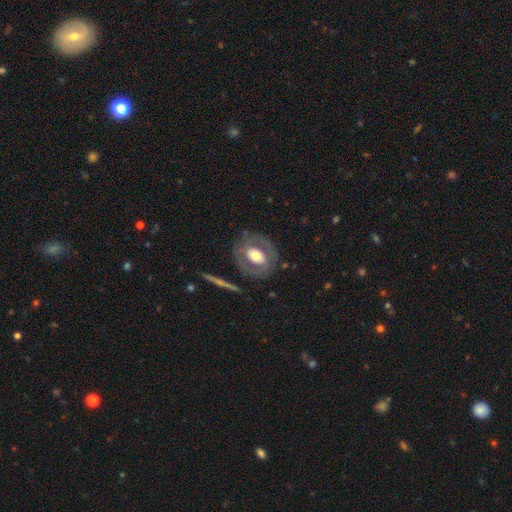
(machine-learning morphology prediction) This is possibly a featured or disk galaxy (54%). It is clearly not viewed edge-on (92%). Bar: possibly no (58%). Spiral arm pattern: likely no (73%). Central bulge: possibly moderate (59%). Merging: likely none (76%).